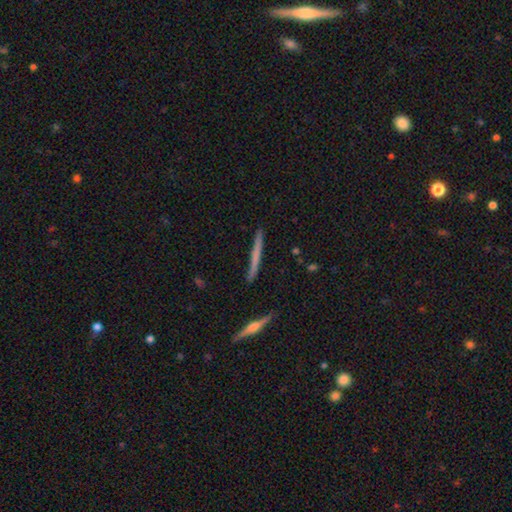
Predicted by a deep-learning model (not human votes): Overall: featured or disk (48%; smooth 46%). Merging: none (89%).